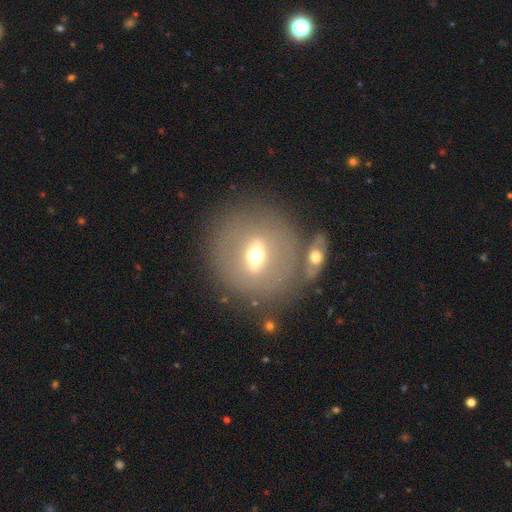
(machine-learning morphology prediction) smooth_or_featured: featured or disk (p=0.58) [alt: smooth p=0.32]
disk_edge_on: no (p=0.68) [alt: yes p=0.32]
merging: none (p=0.73) [alt: minor disturbance p=0.11]